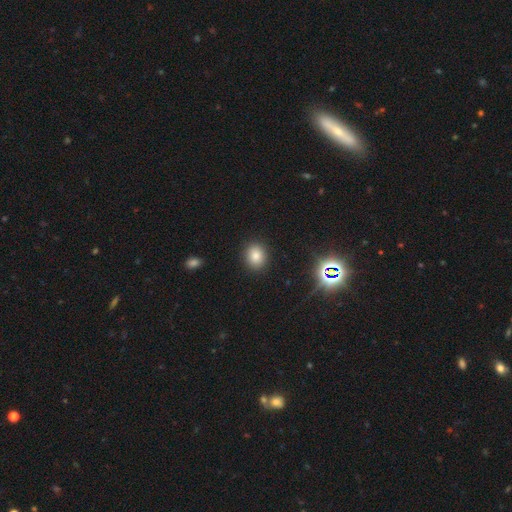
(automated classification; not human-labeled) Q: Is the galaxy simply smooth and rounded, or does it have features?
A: smooth — 81%.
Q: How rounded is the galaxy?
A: round — 65%.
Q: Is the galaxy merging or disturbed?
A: none — 90%.